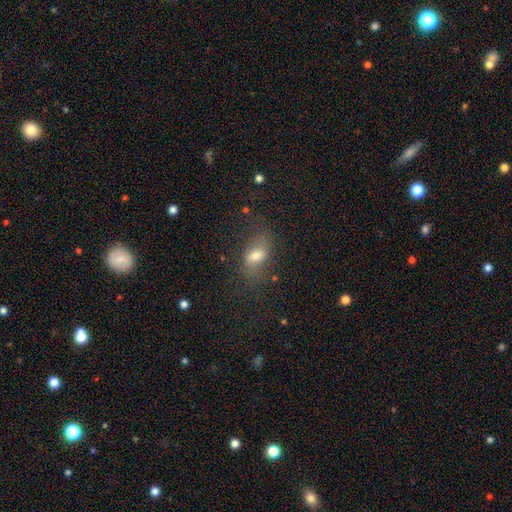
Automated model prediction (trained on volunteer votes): Q: Smooth or featured?
A: smooth (59%); runner-up: featured or disk (26%)
Q: How rounded?
A: in between (80%); runner-up: round (14%)
Q: Merging?
A: none (64%); runner-up: minor disturbance (20%)